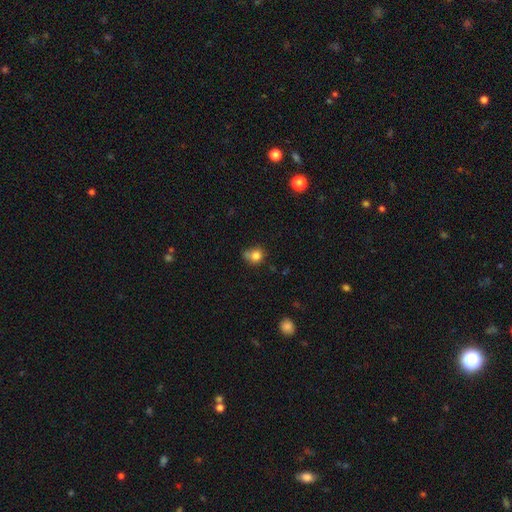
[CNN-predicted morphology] A smooth galaxy with no disk features (79%) that is round (72%).

Vote fractions:
- Smooth or featured? smooth: 79% / star or artifact: 12% / featured or disk: 9%
- How rounded? round: 72% / in between: 27% / cigar-shaped: 1%
- Merging? none: 48% / minor disturbance: 31% / merger: 11% / major disturbance: 10%